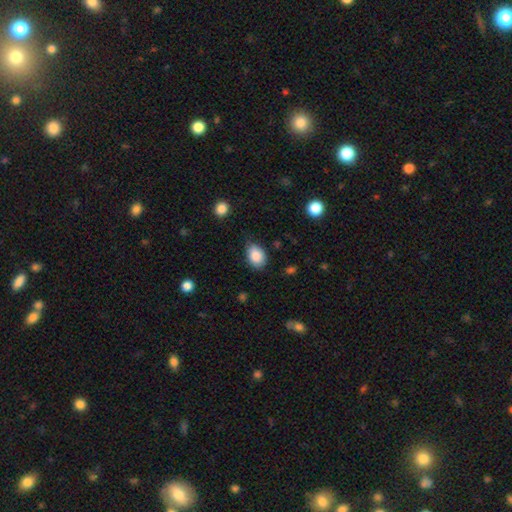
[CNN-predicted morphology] This is clearly a smooth galaxy (86%). How rounded: clearly in between (80%). Merging: likely none (70%).